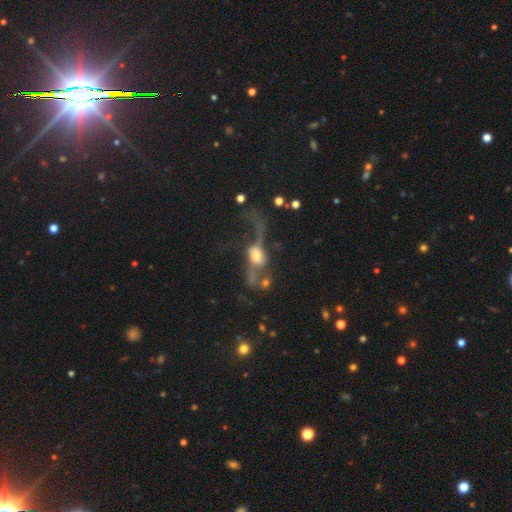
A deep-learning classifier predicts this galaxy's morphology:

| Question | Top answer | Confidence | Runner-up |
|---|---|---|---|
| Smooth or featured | featured or disk | 66% | smooth (24%) |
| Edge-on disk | no | 89% | yes (11%) |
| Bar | no | 62% | weak (27%) |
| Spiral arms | yes | 71% | no (29%) |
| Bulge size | moderate | 51% | large (24%) |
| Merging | major disturbance | 45% | none (24%) |